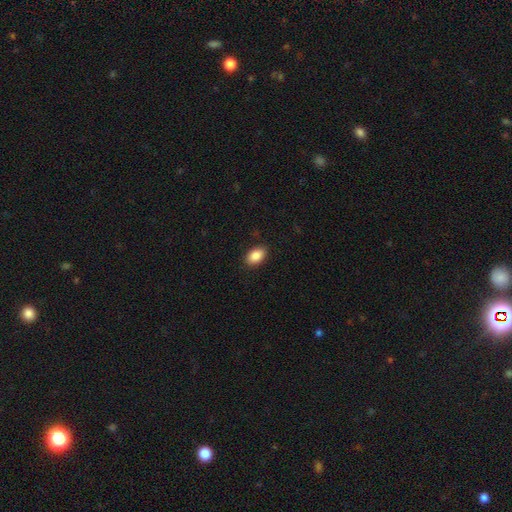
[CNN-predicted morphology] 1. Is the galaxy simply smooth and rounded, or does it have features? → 87% smooth, 7% star or artifact, 5% featured or disk.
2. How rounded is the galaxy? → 89% in between, 10% round, 1% cigar-shaped.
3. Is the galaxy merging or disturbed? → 88% none, 9% minor disturbance, 2% major disturbance, 1% merger.